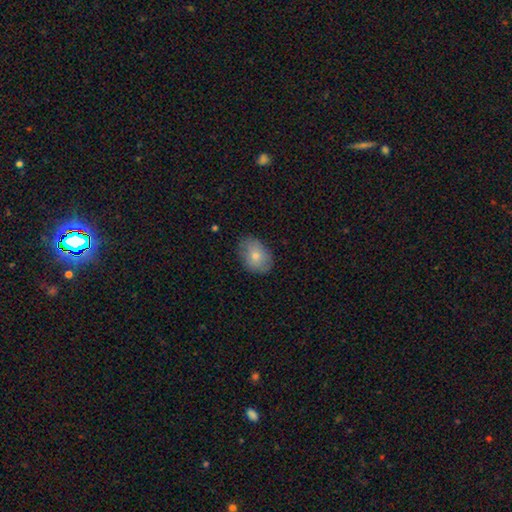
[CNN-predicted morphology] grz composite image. It shows a smooth galaxy with no disk features (77%) that is in between round and cigar-shaped (75%). Merging: none (76%).